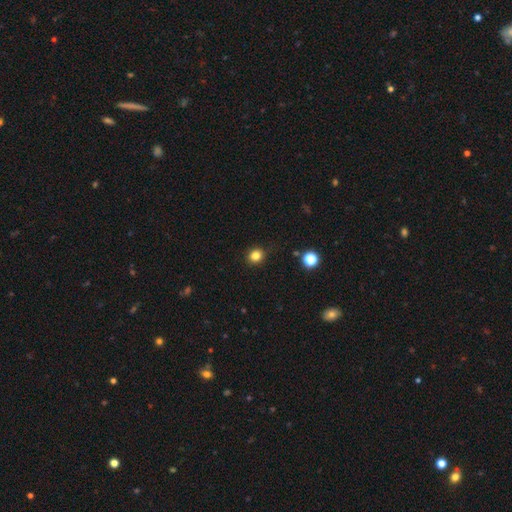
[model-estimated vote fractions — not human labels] This appears to be a smooth galaxy with no disk features (83%) that is round (78%). Merging: none (89%).